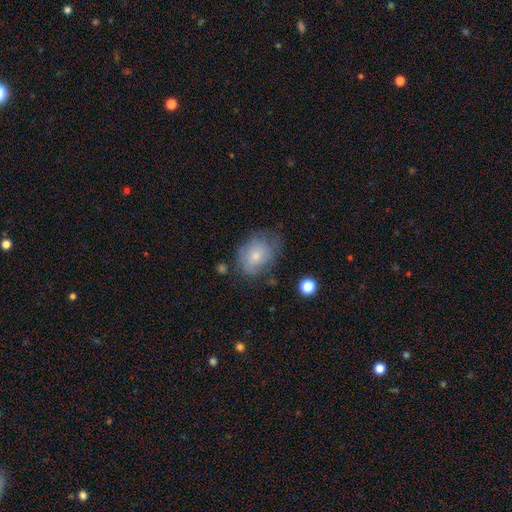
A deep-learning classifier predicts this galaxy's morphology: smooth 64%, featured or disk 27%, star or artifact 9%. Down the decision tree: how rounded — in between (61%); merging — none (52%).